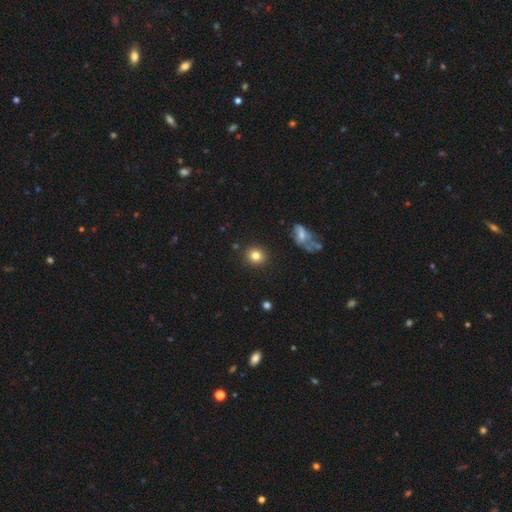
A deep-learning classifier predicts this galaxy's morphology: This is clearly a smooth galaxy (82%). How rounded: clearly round (81%). Merging: clearly none (89%).